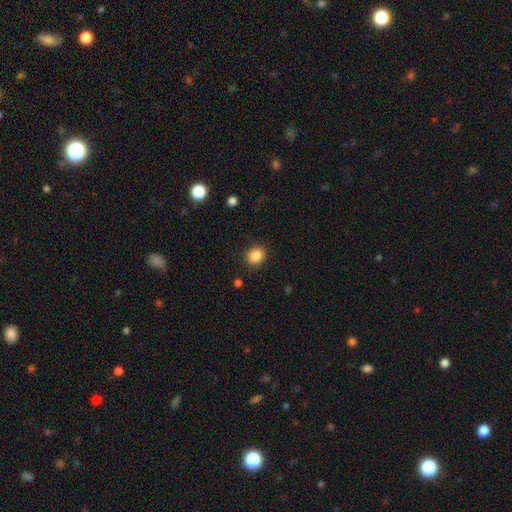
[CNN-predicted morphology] Smooth or featured? smooth (86%)
How rounded? round (65%)
Merging? none (87%)